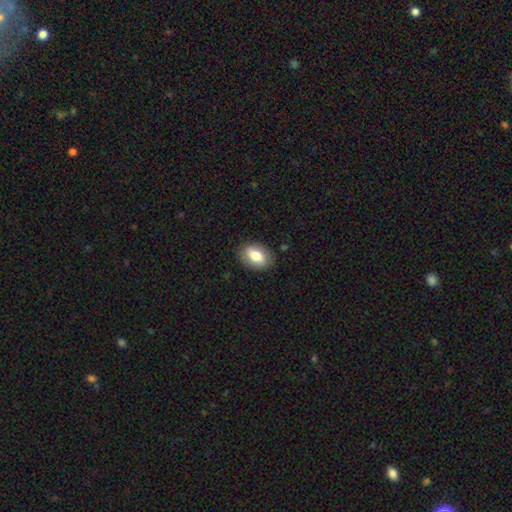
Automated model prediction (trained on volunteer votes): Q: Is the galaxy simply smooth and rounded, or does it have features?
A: smooth — 78%.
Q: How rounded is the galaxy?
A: in between — 84%.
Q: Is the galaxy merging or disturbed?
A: none — 85%.